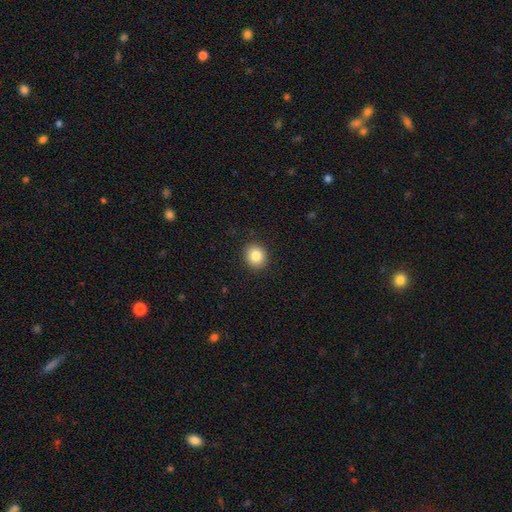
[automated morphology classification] This is clearly a smooth galaxy (83%). How rounded: likely round (80%). Merging: clearly none (91%).